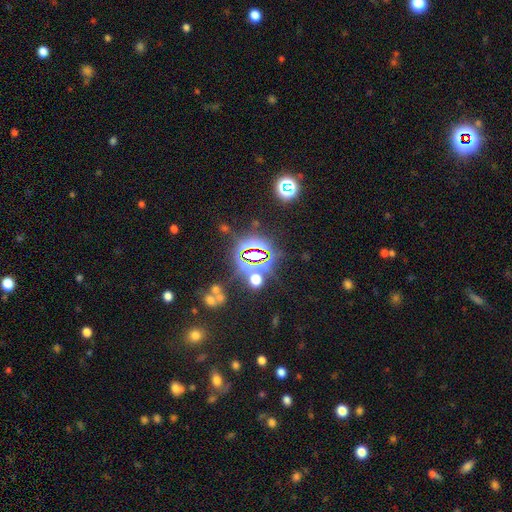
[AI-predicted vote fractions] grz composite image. It shows a star or artifact, not a galaxy (75%).